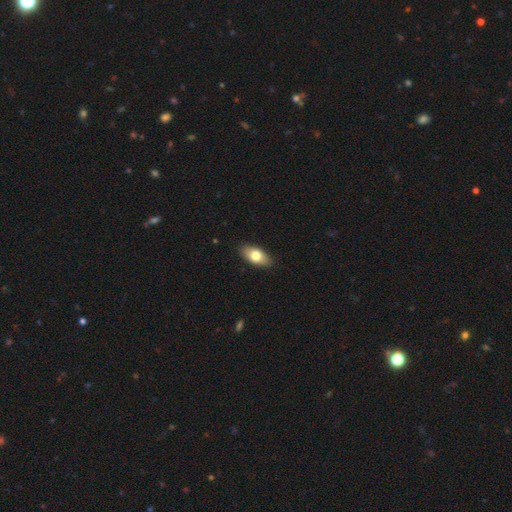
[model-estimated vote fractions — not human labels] The model was most divided on "smooth or featured": smooth: 76%, featured or disk: 18%, star or artifact: 6%. More confident: how rounded — in between (90%); merging — none (88%).